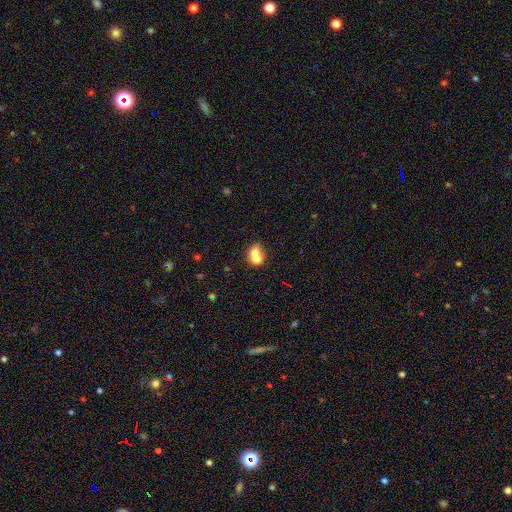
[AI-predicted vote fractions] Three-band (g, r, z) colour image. It shows a smooth galaxy with no disk features (67%) that is round (52%). Merging: merger (67%).